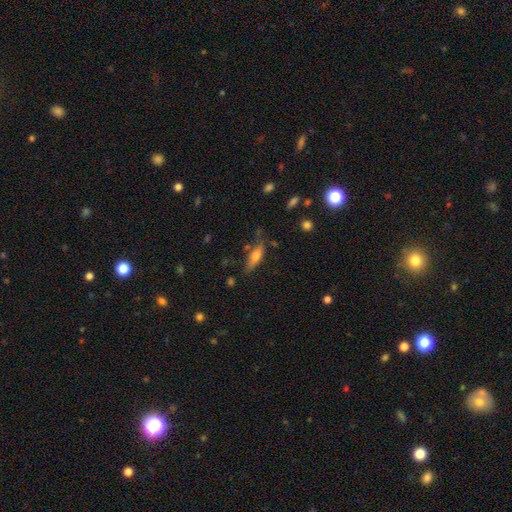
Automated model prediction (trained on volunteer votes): Smooth or featured? Predicted: smooth (p=0.60). How rounded? Predicted: cigar-shaped (p=0.53). Merging? Predicted: none (p=0.62).